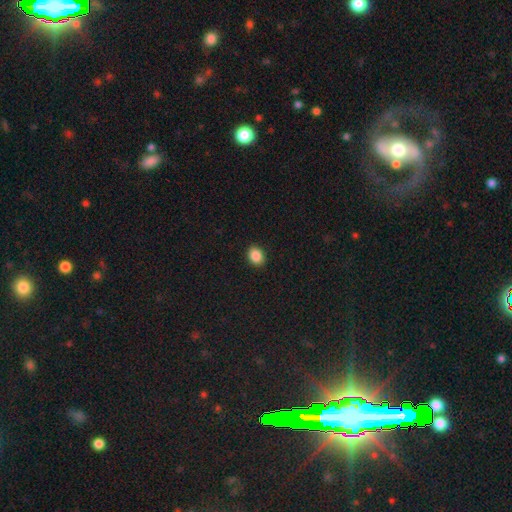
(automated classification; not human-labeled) The model was most divided on "how rounded": in between: 58%, round: 41%, cigar-shaped: 1%. More confident: merging — none (91%); smooth or featured — smooth (88%).